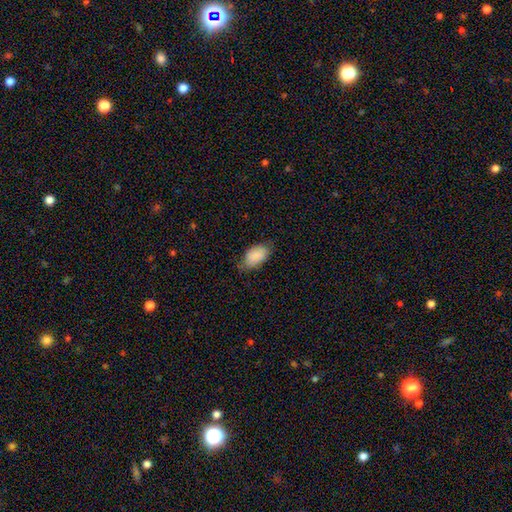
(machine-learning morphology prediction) Smooth or featured? smooth (88%)
How rounded? in between (94%)
Merging? none (66%)